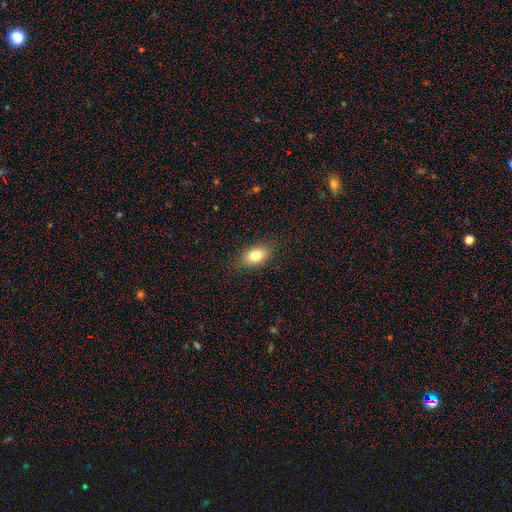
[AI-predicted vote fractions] Q: Smooth or featured?
A: smooth (80%); runner-up: featured or disk (12%)
Q: How rounded?
A: in between (87%); runner-up: round (10%)
Q: Merging?
A: none (83%); runner-up: minor disturbance (13%)